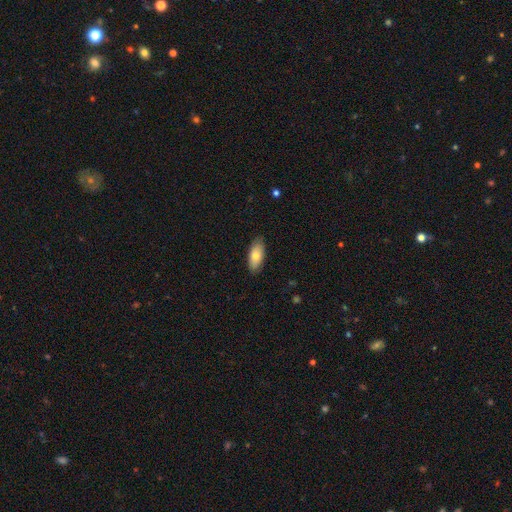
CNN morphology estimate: Q: Smooth or featured?
A: smooth (79%); runner-up: featured or disk (16%)
Q: How rounded?
A: in between (86%); runner-up: cigar-shaped (11%)
Q: Merging?
A: none (86%); runner-up: minor disturbance (11%)